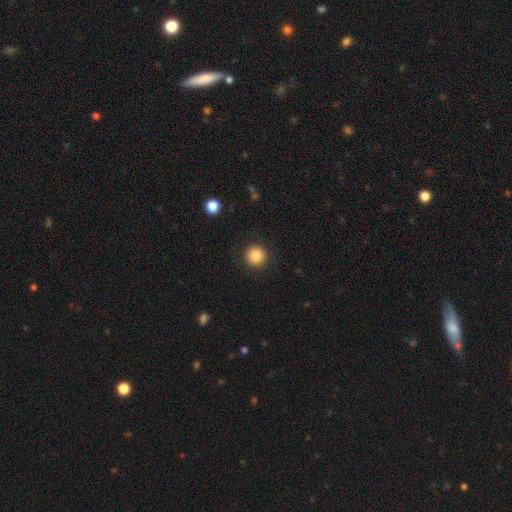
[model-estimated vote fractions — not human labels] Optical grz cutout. It shows a smooth galaxy with no disk features (86%) that is round (95%). Merging: none (91%).